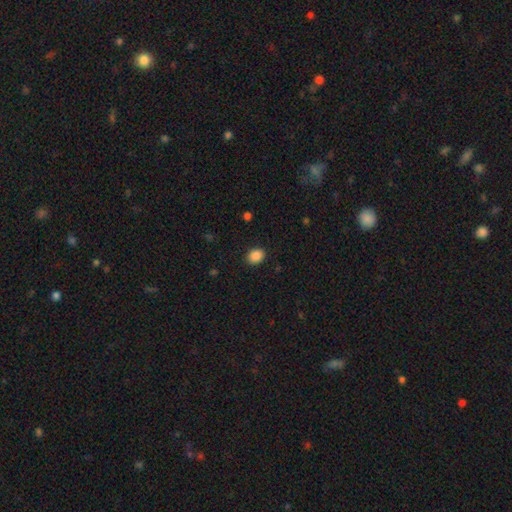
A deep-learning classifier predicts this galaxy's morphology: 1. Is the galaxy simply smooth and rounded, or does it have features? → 88% smooth, 9% star or artifact, 3% featured or disk.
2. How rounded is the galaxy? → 56% in between, 43% round, 1% cigar-shaped.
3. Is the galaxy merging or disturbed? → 89% none, 8% minor disturbance, 2% major disturbance, 1% merger.